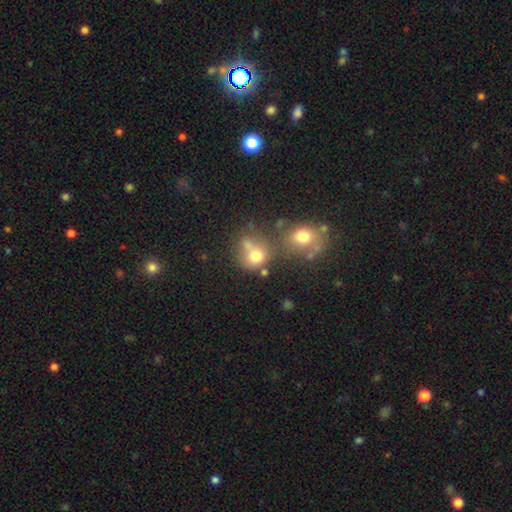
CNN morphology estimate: Overall: smooth (71%). How rounded: round (70%). Merging: merger (40%; none 36%).